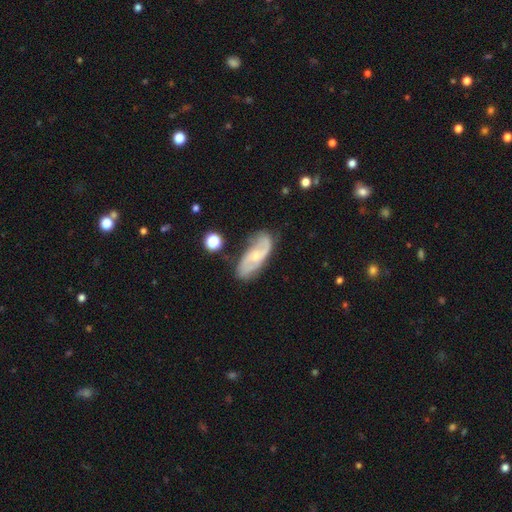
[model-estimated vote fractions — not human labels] Q: Smooth or featured?
A: featured or disk (75%); runner-up: smooth (18%)
Q: Edge-on disk?
A: no (90%); runner-up: yes (10%)
Q: Bar?
A: no (58%); runner-up: weak (33%)
Q: Spiral arms?
A: yes (91%); runner-up: no (9%)
Q: Spiral winding?
A: medium (42%); runner-up: loose (33%)
Q: Spiral arm count?
A: 2 (74%); runner-up: can't tell (15%)
Q: Bulge size?
A: small (65%); runner-up: moderate (30%)
Q: Merging?
A: none (72%); runner-up: minor disturbance (19%)